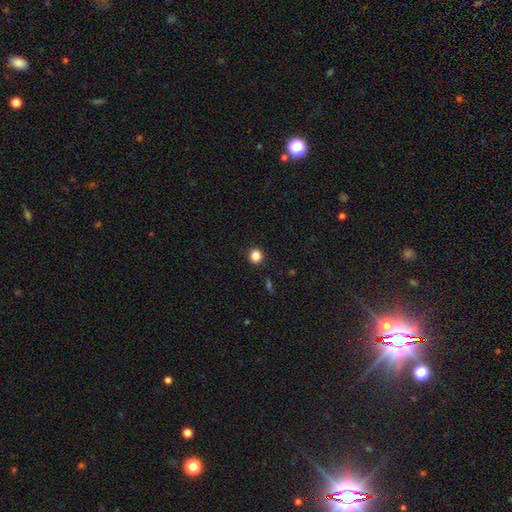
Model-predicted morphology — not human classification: smooth-or-featured: smooth: 85% | star or artifact: 12% | featured or disk: 4%
  how-rounded: round: 92% | in between: 7% | cigar-shaped: 1%
  merging: none: 92% | minor disturbance: 5% | major disturbance: 2% | merger: 1%